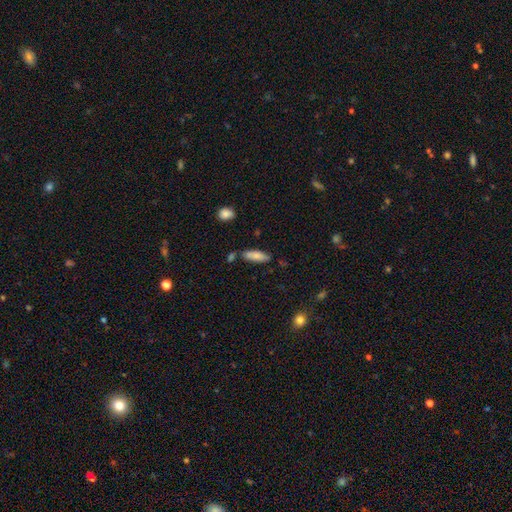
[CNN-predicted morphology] Q: Smooth or featured?
A: smooth (82%); runner-up: featured or disk (12%)
Q: How rounded?
A: in between (52%); runner-up: cigar-shaped (46%)
Q: Merging?
A: none (72%); runner-up: minor disturbance (16%)